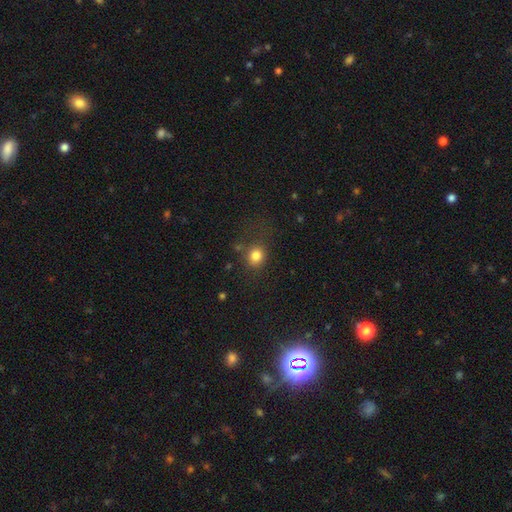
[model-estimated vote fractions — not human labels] Smooth or featured: smooth — 81% (star or artifact — 12%)
How rounded: round — 76% (in between — 23%)
Merging: none — 69% (minor disturbance — 16%)